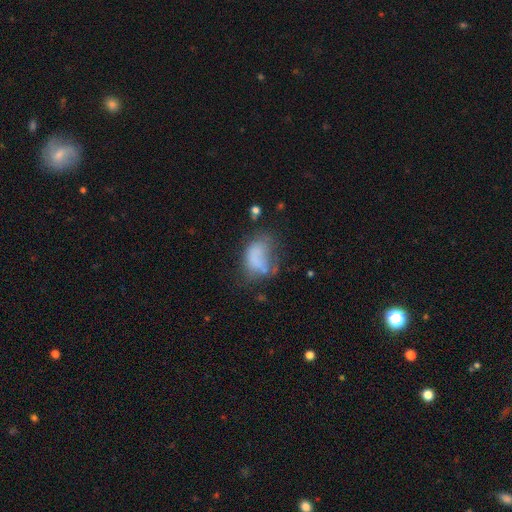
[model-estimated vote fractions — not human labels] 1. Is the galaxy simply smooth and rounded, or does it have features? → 59% smooth, 29% featured or disk, 12% star or artifact.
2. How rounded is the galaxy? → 82% in between, 16% round, 2% cigar-shaped.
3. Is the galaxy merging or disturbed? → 39% major disturbance, 26% minor disturbance, 26% none, 9% merger.